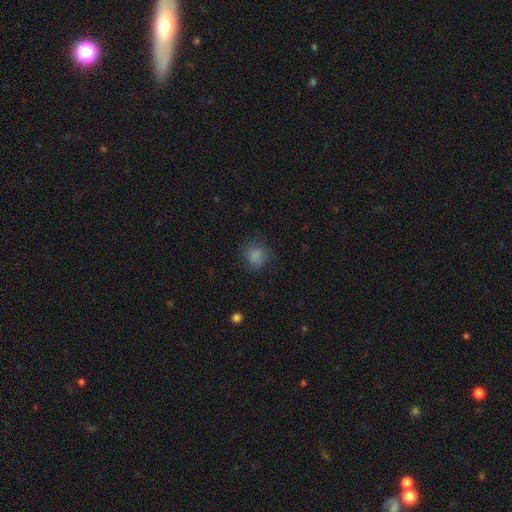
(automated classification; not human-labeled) Morphology: type=smooth (79%); roundness=round (72%); merging=none (68%).